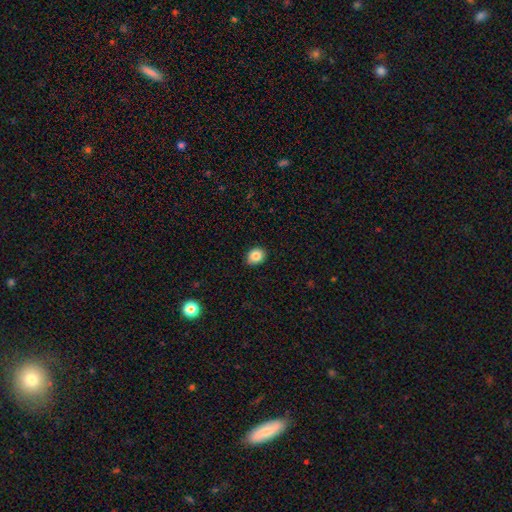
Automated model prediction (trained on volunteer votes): A smooth galaxy with no disk features (85%) that is round (66%). Merging: none (87%).